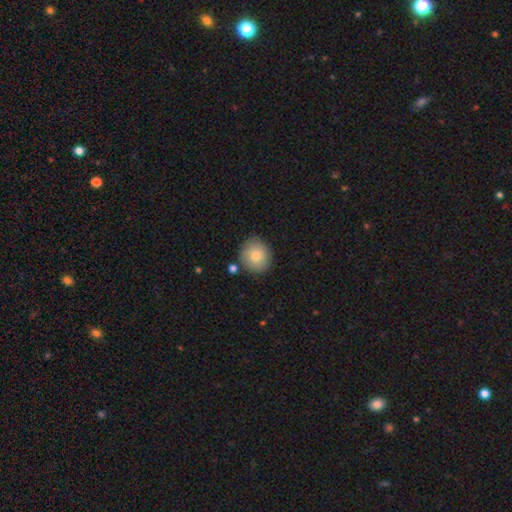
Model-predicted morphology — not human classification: Smooth or featured?
  - smooth: 80% *
  - featured or disk: 12%
  - star or artifact: 8%
How rounded?
  - round: 82% *
  - in between: 17%
  - cigar-shaped: 1%
Merging?
  - none: 81% *
  - minor disturbance: 11%
  - merger: 5%
  - major disturbance: 3%